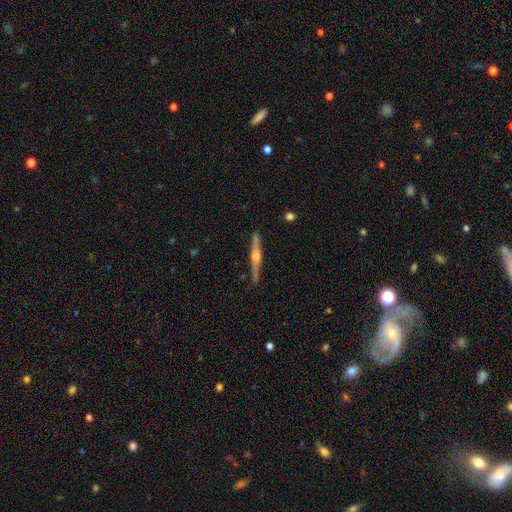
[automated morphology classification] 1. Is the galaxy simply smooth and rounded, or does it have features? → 81% featured or disk, 14% smooth, 5% star or artifact.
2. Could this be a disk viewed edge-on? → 98% yes, 2% no.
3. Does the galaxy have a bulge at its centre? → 87% rounded, 8% boxy, 4% none.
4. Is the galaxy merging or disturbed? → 90% none, 7% minor disturbance, 1% major disturbance, 1% merger.